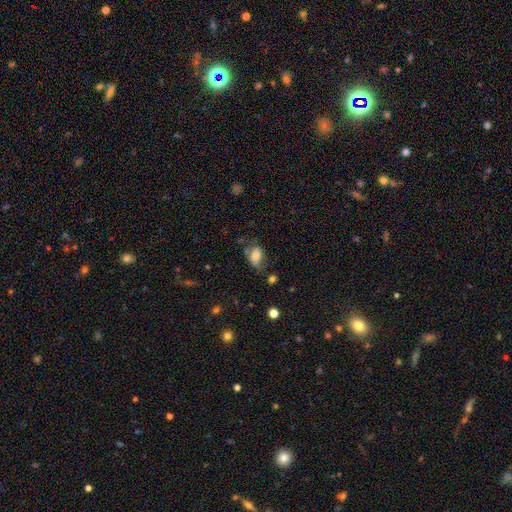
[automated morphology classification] smooth_or_featured: smooth (p=0.68) [alt: featured or disk p=0.23]
how_rounded: in between (p=0.85) [alt: round p=0.13]
merging: none (p=0.49) [alt: minor disturbance p=0.30]